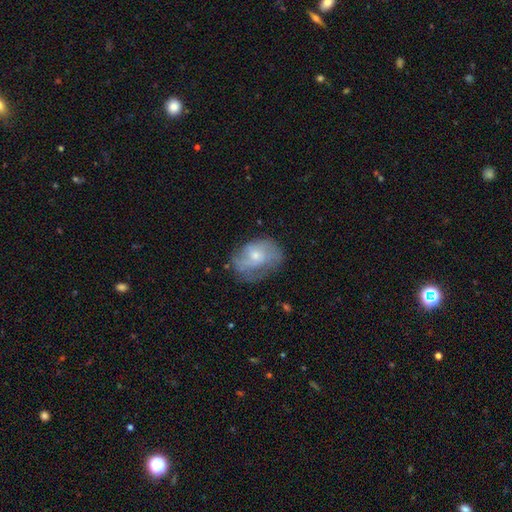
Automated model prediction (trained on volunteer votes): Smooth or featured? featured or disk (62%)
Edge-on disk? no (97%)
Bar? no (69%)
Spiral arms? yes (79%)
Bulge size? small (58%)
Merging? none (57%)